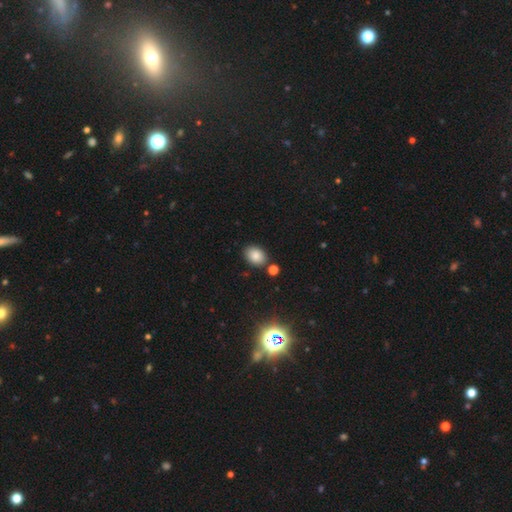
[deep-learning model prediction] smooth-or-featured: smooth: 84% | star or artifact: 10% | featured or disk: 6%
  how-rounded: in between: 75% | round: 24% | cigar-shaped: 1%
  merging: none: 81% | minor disturbance: 10% | merger: 6% | major disturbance: 3%